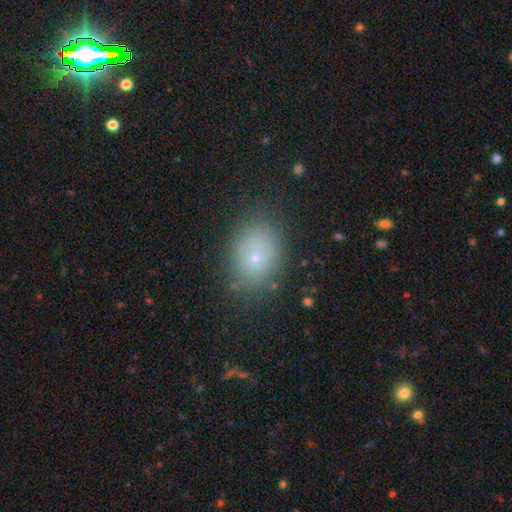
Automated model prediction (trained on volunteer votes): smooth 71%, star or artifact 16%, featured or disk 13%. Down the decision tree: how rounded — in between (62%); merging — none (81%).